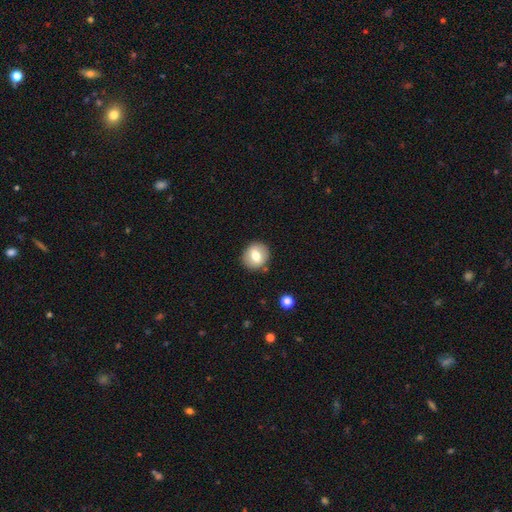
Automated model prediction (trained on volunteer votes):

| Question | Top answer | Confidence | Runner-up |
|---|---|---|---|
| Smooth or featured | smooth | 69% | featured or disk (22%) |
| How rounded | round | 83% | in between (16%) |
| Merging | none | 85% | minor disturbance (9%) |